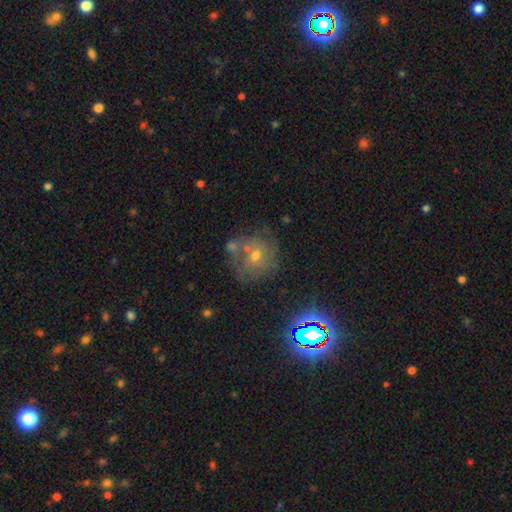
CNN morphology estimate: This appears to be a featured or disk galaxy (49%). Merging: none (55%).